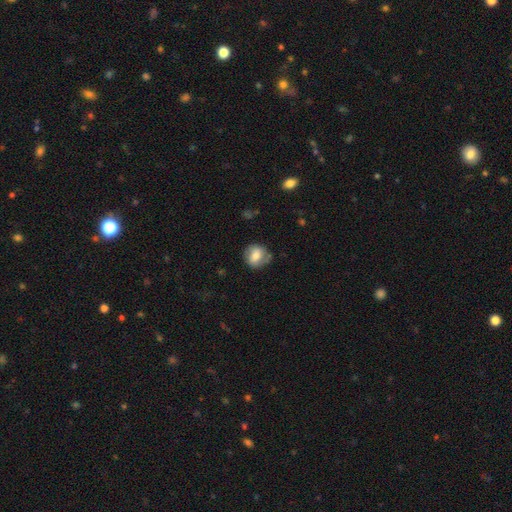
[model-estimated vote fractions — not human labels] smooth_or_featured: smooth (p=0.65) [alt: featured or disk p=0.27]
how_rounded: round (p=0.74) [alt: in between p=0.25]
merging: none (p=0.72) [alt: minor disturbance p=0.19]